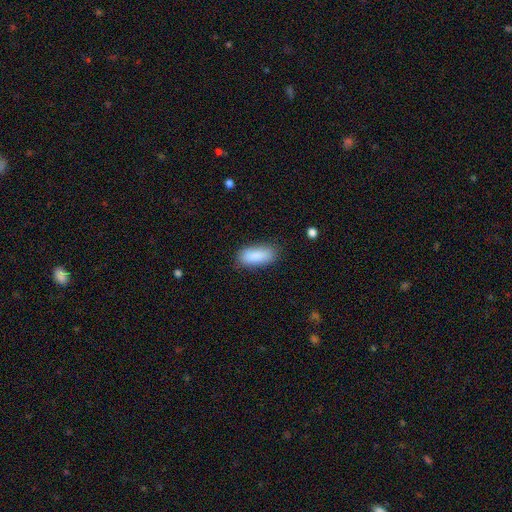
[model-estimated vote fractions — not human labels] Smooth or featured?
  - smooth: 88% *
  - star or artifact: 6%
  - featured or disk: 6%
How rounded?
  - in between: 85% *
  - cigar-shaped: 12%
  - round: 2%
Merging?
  - none: 81% *
  - minor disturbance: 14%
  - major disturbance: 3%
  - merger: 1%